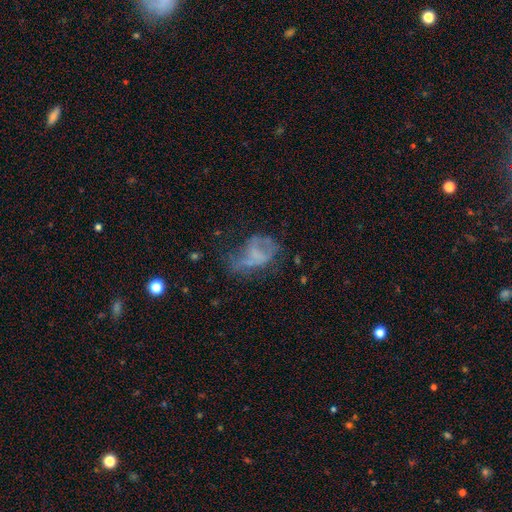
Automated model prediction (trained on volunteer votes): Smooth or featured? featured or disk (51%)
Edge-on disk? no (96%)
Merging? major disturbance (42%)